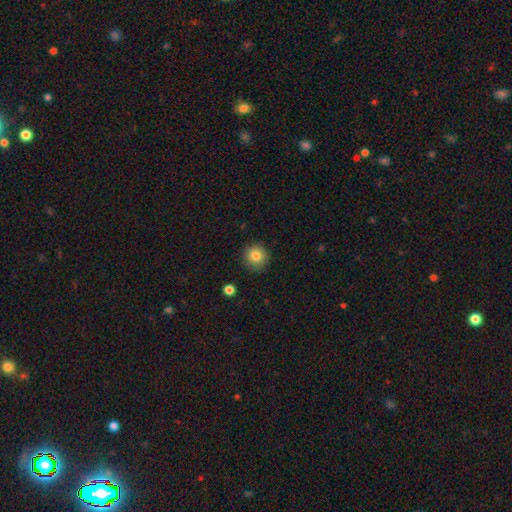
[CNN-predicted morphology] Smooth or featured? smooth (83%)
How rounded? round (94%)
Merging? none (89%)